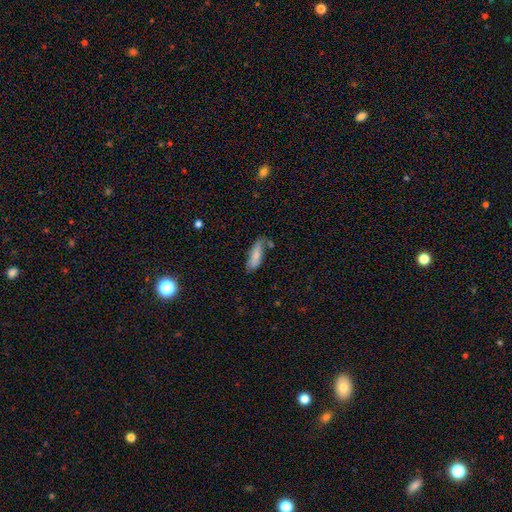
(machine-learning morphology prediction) The model was most divided on "how rounded": in between: 50%, cigar-shaped: 48%, round: 2%. More confident: smooth or featured — smooth (81%); merging — none (62%).